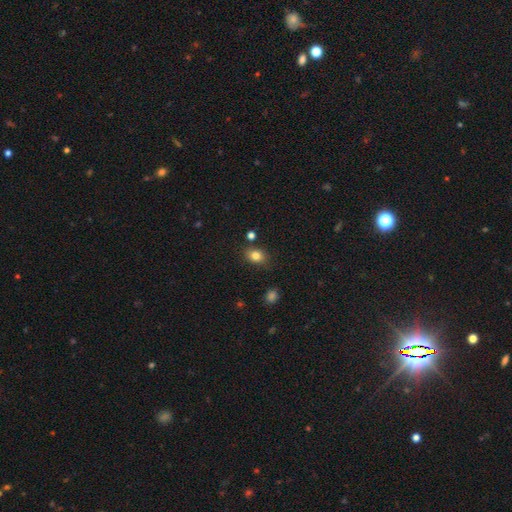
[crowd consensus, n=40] Morphology: type=smooth (90%); roundness=in between (78%); merging=none (79%).